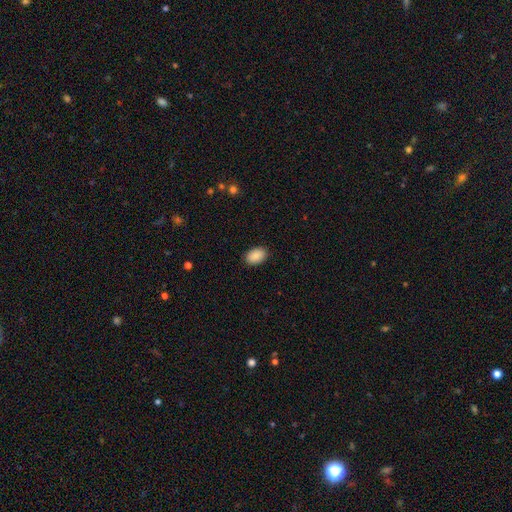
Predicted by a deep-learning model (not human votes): Smooth or featured?
  - smooth: 90% *
  - star or artifact: 7%
  - featured or disk: 3%
How rounded?
  - in between: 89% *
  - round: 10%
  - cigar-shaped: 1%
Merging?
  - none: 90% *
  - minor disturbance: 7%
  - major disturbance: 2%
  - merger: 1%